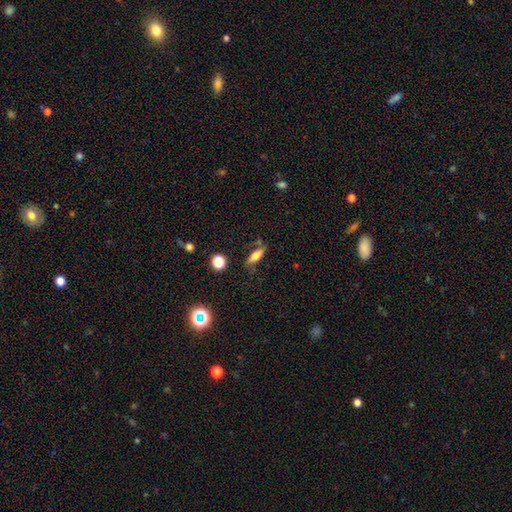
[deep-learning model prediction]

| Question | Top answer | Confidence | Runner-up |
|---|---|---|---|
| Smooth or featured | smooth | 56% | featured or disk (34%) |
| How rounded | in between | 56% | cigar-shaped (39%) |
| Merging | none | 66% | minor disturbance (20%) |